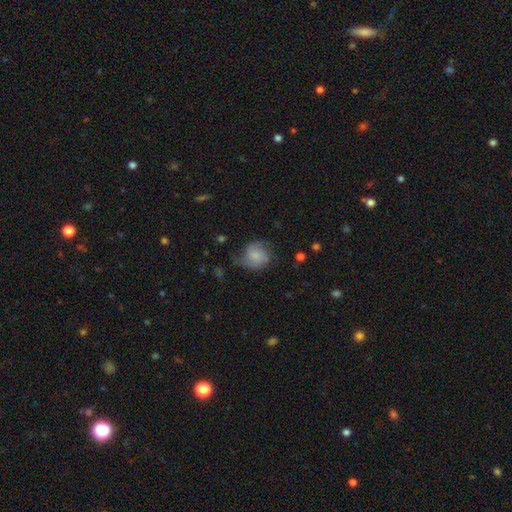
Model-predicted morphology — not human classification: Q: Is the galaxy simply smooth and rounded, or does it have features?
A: smooth — 58%.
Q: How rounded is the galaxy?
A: round — 72%.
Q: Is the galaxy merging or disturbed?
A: none — 49%.